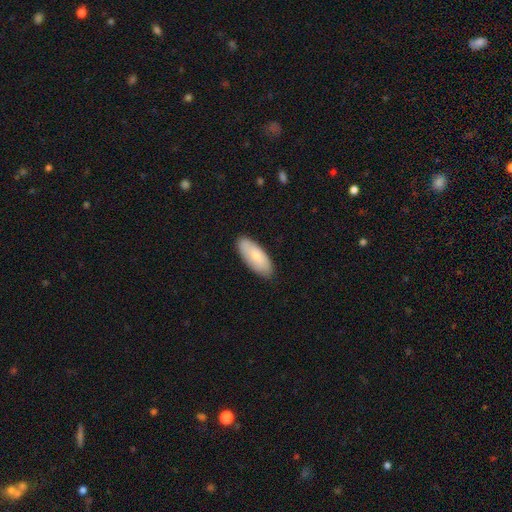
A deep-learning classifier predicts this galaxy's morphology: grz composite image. It shows a smooth galaxy with no disk features (76%) that is in between round and cigar-shaped (83%). Merging: none (86%).